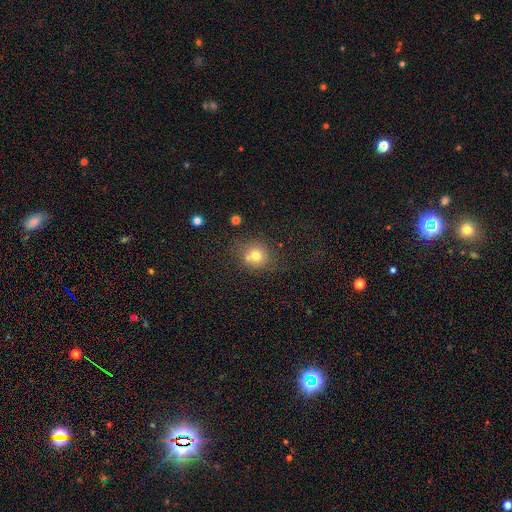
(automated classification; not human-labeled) Smooth or featured? smooth (73%)
How rounded? round (81%)
Merging? none (60%)